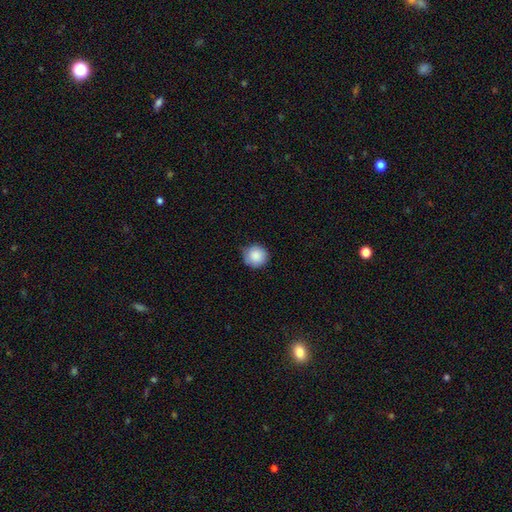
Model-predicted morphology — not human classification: Q: Smooth or featured?
A: smooth (87%); runner-up: star or artifact (8%)
Q: How rounded?
A: round (94%); runner-up: in between (5%)
Q: Merging?
A: none (78%); runner-up: minor disturbance (18%)